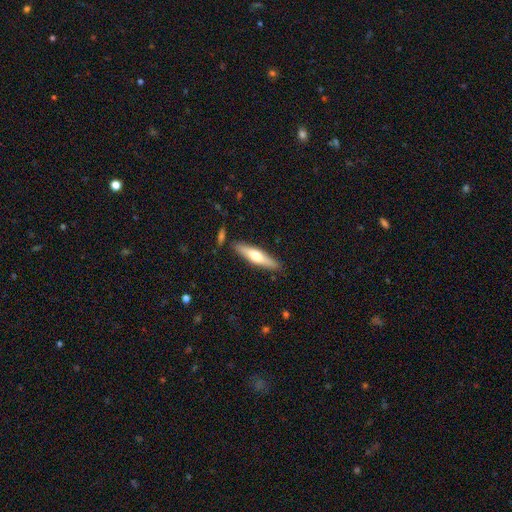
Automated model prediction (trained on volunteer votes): smooth-or-featured: smooth: 51% | featured or disk: 43% | star or artifact: 5%
  how-rounded: cigar-shaped: 79% | in between: 20% | round: 2%
  merging: none: 85% | minor disturbance: 10% | merger: 3% | major disturbance: 2%